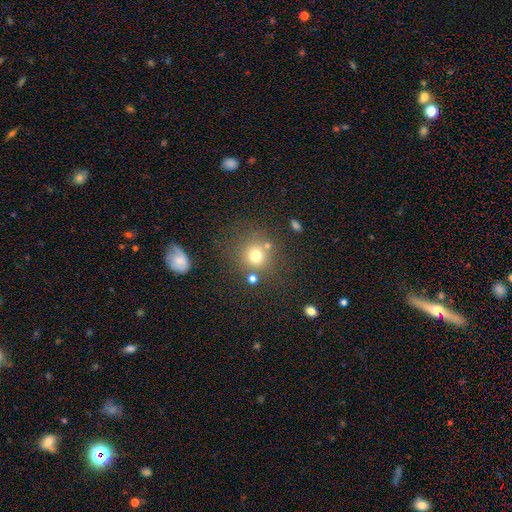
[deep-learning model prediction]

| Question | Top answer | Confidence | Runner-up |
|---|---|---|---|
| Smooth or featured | smooth | 72% | star or artifact (17%) |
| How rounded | round | 89% | in between (10%) |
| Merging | none | 73% | minor disturbance (11%) |